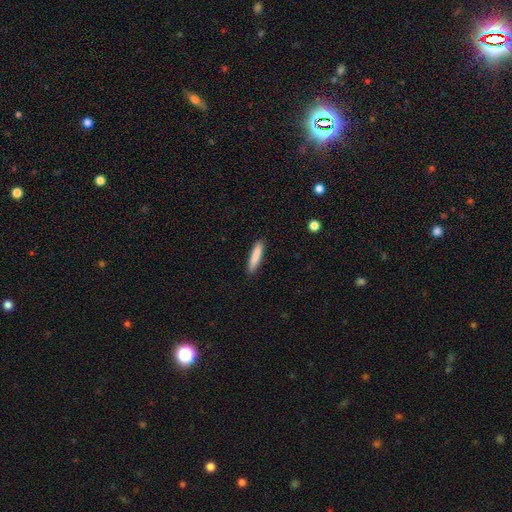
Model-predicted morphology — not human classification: Smooth or featured: smooth — 86% (featured or disk — 8%)
How rounded: cigar-shaped — 86% (in between — 13%)
Merging: none — 90% (minor disturbance — 7%)